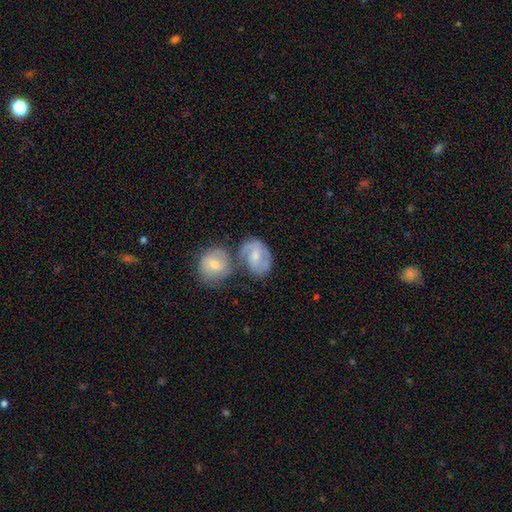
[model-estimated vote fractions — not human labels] This is possibly a featured or disk galaxy (57%). It is clearly not viewed edge-on (96%). Bar: possibly no (47%). Spiral arm pattern: clearly yes (81%). Central bulge: possibly moderate (51%). Merging: marginally merger (41%).